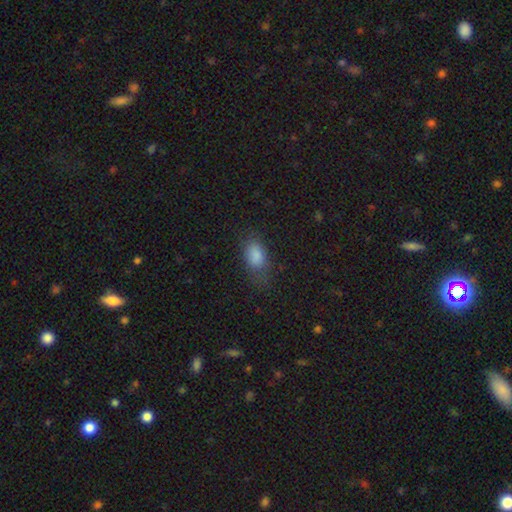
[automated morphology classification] smooth_or_featured: smooth (p=0.84) [alt: star or artifact p=0.09]
how_rounded: in between (p=0.88) [alt: round p=0.09]
merging: none (p=0.61) [alt: minor disturbance p=0.25]